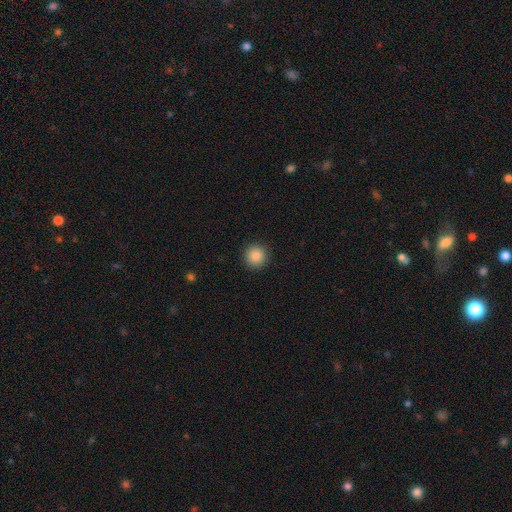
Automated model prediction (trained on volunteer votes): A smooth galaxy with no disk features (88%) that is round (95%).

Vote fractions:
- Smooth or featured? smooth: 88% / star or artifact: 9% / featured or disk: 3%
- How rounded? round: 95% / in between: 4% / cigar-shaped: 1%
- Merging? none: 92% / minor disturbance: 5% / major disturbance: 2% / merger: 1%